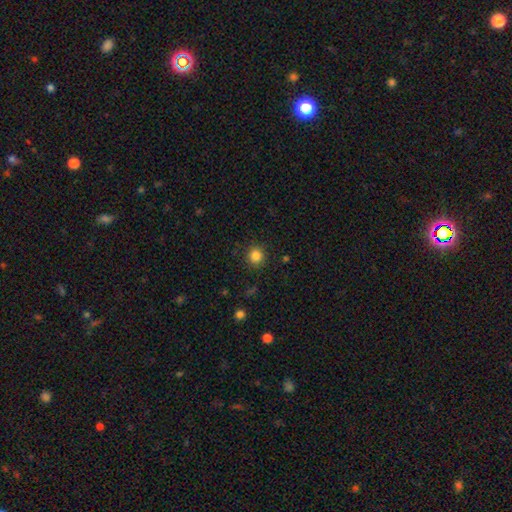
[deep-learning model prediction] Morphology: type=smooth (84%); roundness=round (92%); merging=none (90%).